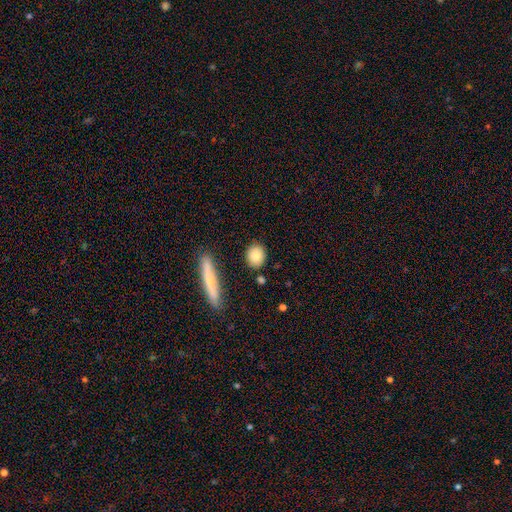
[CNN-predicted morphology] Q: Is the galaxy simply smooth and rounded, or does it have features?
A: smooth — 82%.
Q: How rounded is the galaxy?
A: round — 58%.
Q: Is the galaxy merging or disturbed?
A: none — 85%.